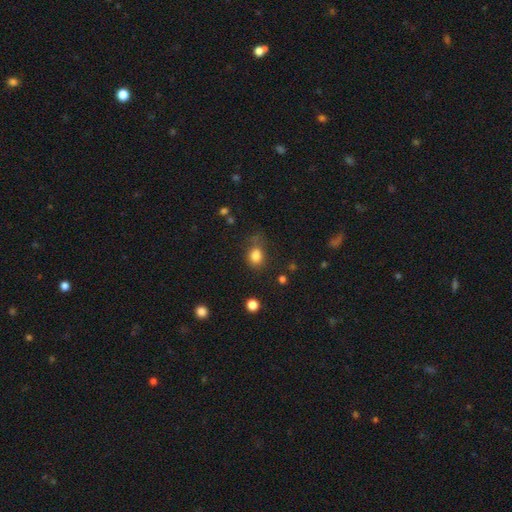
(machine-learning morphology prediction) A smooth galaxy with no disk features (82%) that is round (55%). Merging: none (64%).